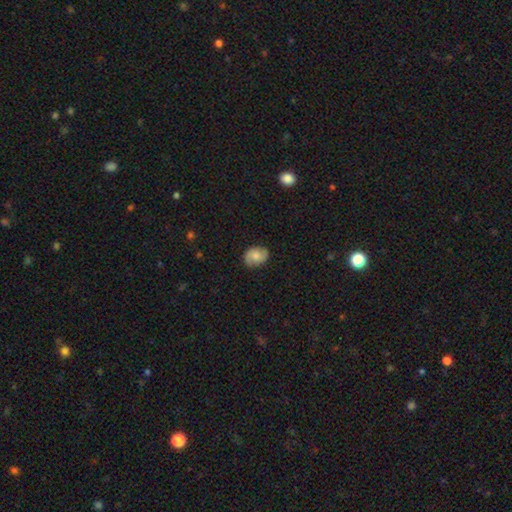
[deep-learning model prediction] This appears to be a smooth galaxy with no disk features (55%) that is in between round and cigar-shaped (58%). Merging: none (81%).